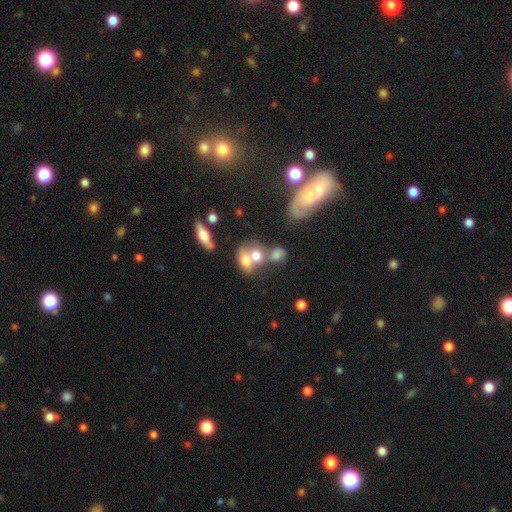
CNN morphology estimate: Smooth or featured?
  - smooth: 61% *
  - featured or disk: 27%
  - star or artifact: 12%
How rounded?
  - in between: 54% *
  - round: 44%
  - cigar-shaped: 2%
Merging?
  - merger: 62% *
  - none: 21%
  - minor disturbance: 9%
  - major disturbance: 8%